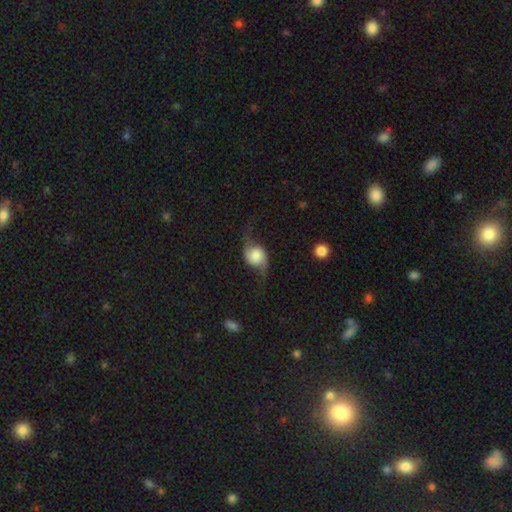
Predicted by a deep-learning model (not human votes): Morphology: type=featured or disk (72%); edge-on=no (95%); bar=no (66%); spiral arms=yes (94%); winding=loose (87%); arm count=2 (93%); bulge=large (33%); merging=none (62%).